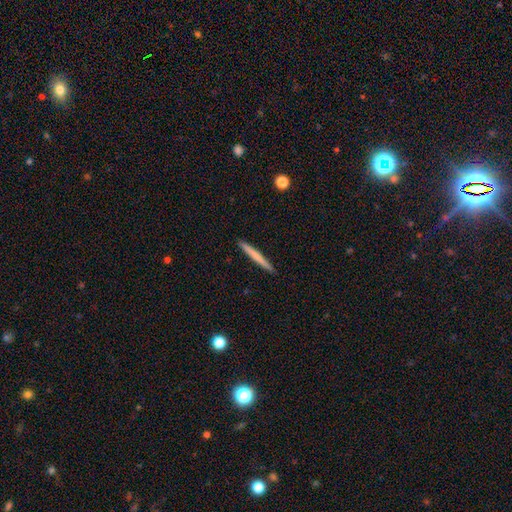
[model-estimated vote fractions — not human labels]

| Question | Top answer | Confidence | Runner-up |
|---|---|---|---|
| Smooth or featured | smooth | 64% | featured or disk (30%) |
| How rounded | cigar-shaped | 97% | in between (2%) |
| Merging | none | 93% | minor disturbance (5%) |